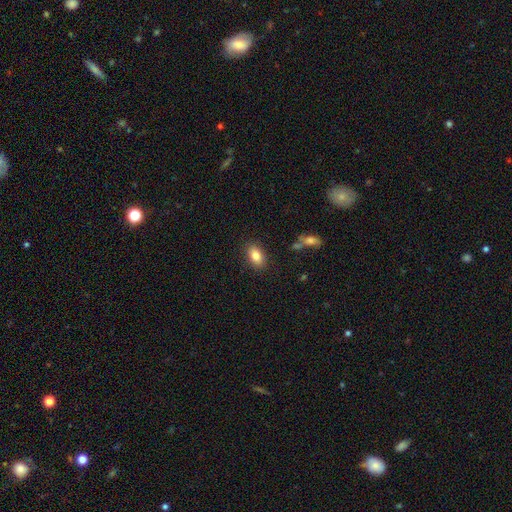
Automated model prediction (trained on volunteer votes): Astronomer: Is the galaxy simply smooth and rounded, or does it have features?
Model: smooth — 84%.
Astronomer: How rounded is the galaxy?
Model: in between — 89%.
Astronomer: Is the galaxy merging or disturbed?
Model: none — 86%.